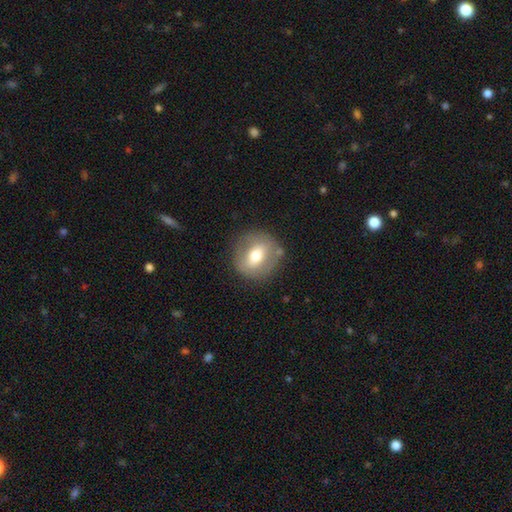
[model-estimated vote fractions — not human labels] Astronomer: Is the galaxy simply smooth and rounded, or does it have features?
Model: smooth — 56% (runner-up: featured or disk, 37%).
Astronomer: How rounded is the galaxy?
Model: round — 81%.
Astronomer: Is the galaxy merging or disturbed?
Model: none — 80%.